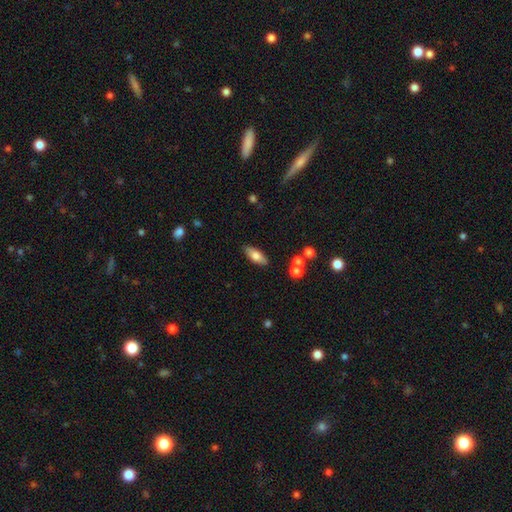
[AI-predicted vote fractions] smooth 71%, featured or disk 22%, star or artifact 7%. Down the decision tree: how rounded — in between (76%); merging — none (84%).